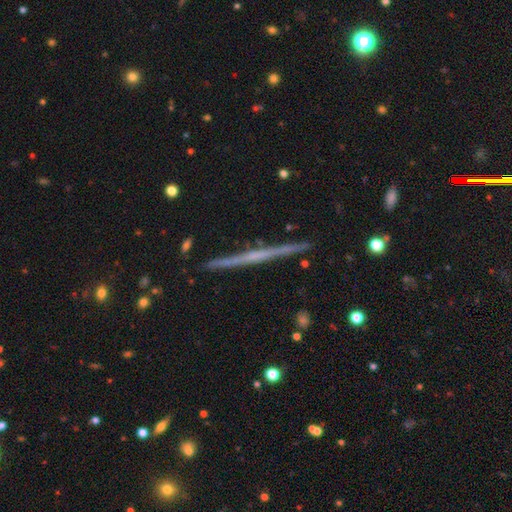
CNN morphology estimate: A featured or disk galaxy (74%) viewed edge-on (98%) with no central bulge (67%). Merging: none (92%).